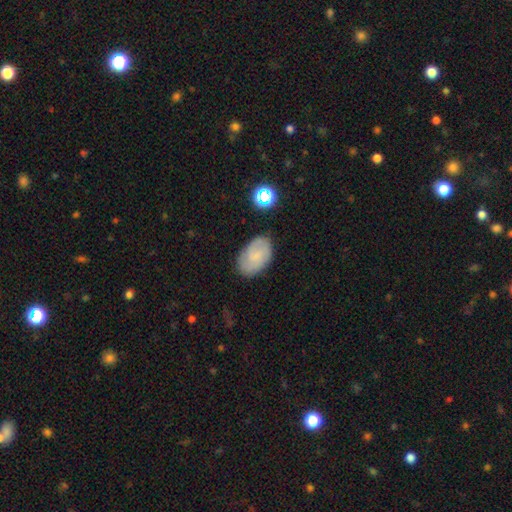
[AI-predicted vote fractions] Q: Smooth or featured?
A: smooth (57%); runner-up: featured or disk (34%)
Q: How rounded?
A: in between (90%); runner-up: round (9%)
Q: Merging?
A: none (80%); runner-up: minor disturbance (14%)